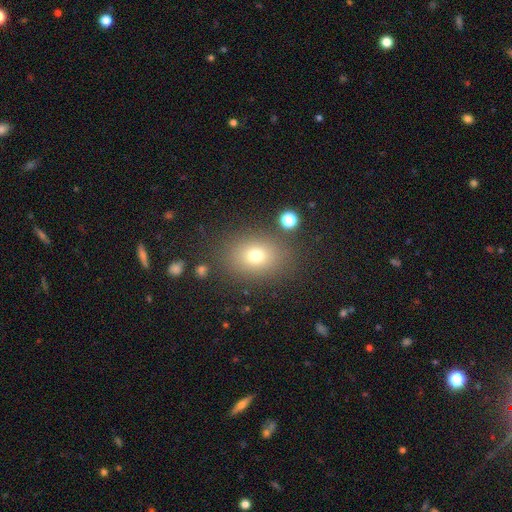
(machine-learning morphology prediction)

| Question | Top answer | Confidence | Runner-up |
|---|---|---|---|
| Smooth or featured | smooth | 73% | star or artifact (15%) |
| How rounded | in between | 56% | round (42%) |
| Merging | none | 82% | minor disturbance (10%) |